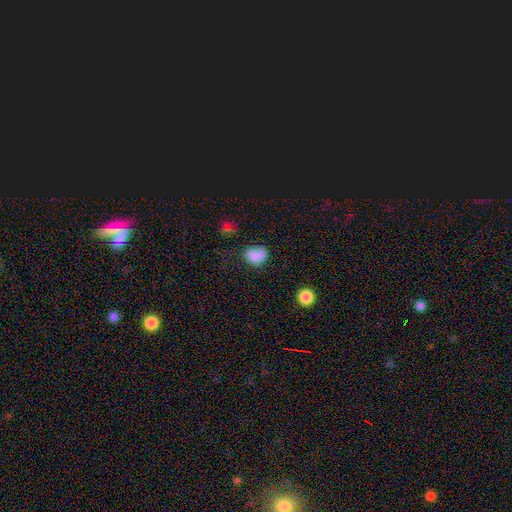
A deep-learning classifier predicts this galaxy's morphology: Smooth or featured? Predicted: smooth (p=0.79). How rounded? Predicted: in between (p=0.56). Merging? Predicted: none (p=0.51).